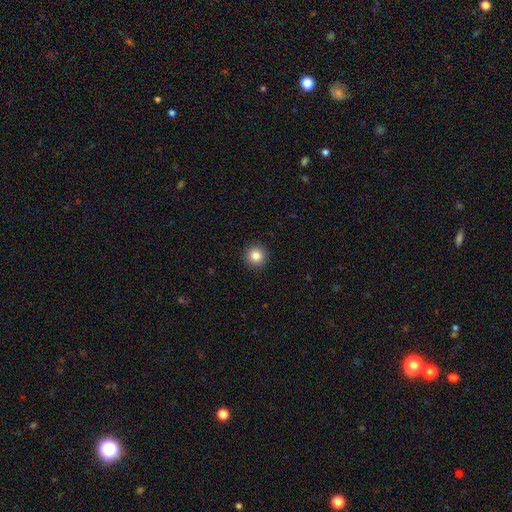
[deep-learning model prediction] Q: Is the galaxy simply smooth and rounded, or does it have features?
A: smooth — 85%.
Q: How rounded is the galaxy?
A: round — 96%.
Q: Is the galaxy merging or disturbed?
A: none — 93%.